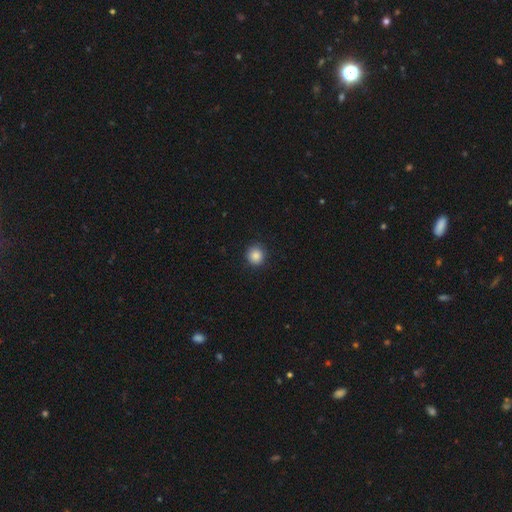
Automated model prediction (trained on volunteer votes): A smooth galaxy with no disk features (87%) that is round (93%).

Vote fractions:
- Smooth or featured? smooth: 87% / star or artifact: 10% / featured or disk: 4%
- How rounded? round: 93% / in between: 6% / cigar-shaped: 1%
- Merging? none: 91% / minor disturbance: 7% / major disturbance: 2% / merger: 1%